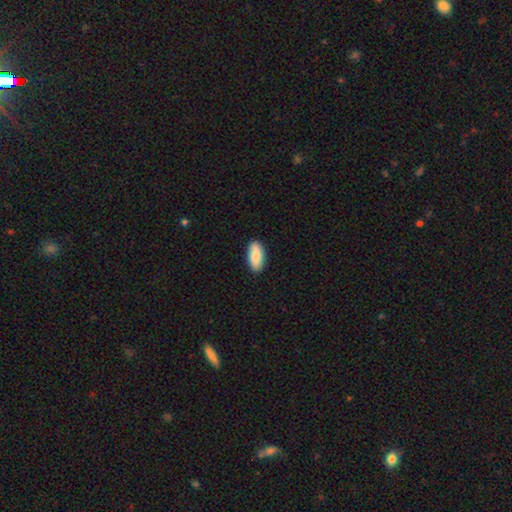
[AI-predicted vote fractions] smooth 81%, featured or disk 14%, star or artifact 6%. Down the decision tree: how rounded — in between (85%); merging — none (88%).